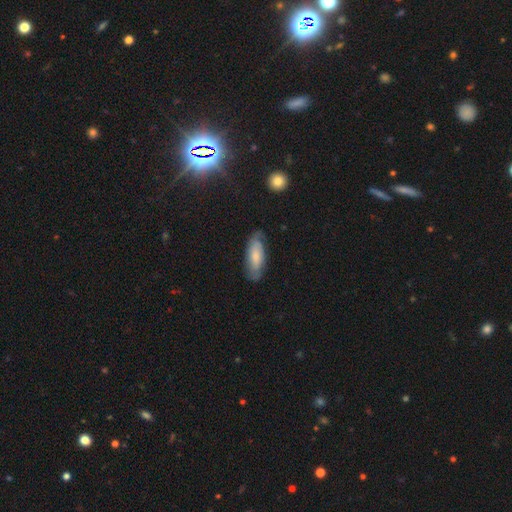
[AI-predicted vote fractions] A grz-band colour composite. It shows a smooth galaxy with no disk features (54%) that is in between round and cigar-shaped (74%). Merging: none (69%).